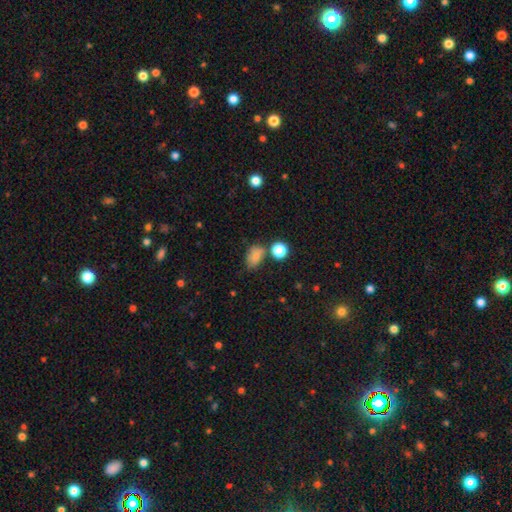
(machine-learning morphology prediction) smooth 76%, star or artifact 14%, featured or disk 10%. Down the decision tree: how rounded — in between (78%); merging — none (56%).